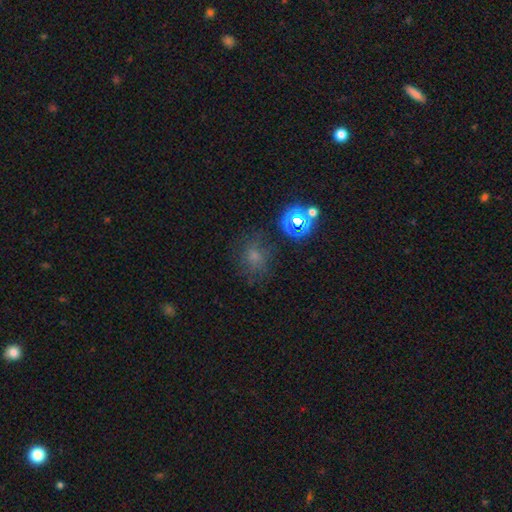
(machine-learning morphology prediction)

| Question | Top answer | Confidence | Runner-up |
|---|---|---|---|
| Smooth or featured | smooth | 58% | star or artifact (27%) |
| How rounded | round | 70% | in between (29%) |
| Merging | none | 67% | minor disturbance (18%) |